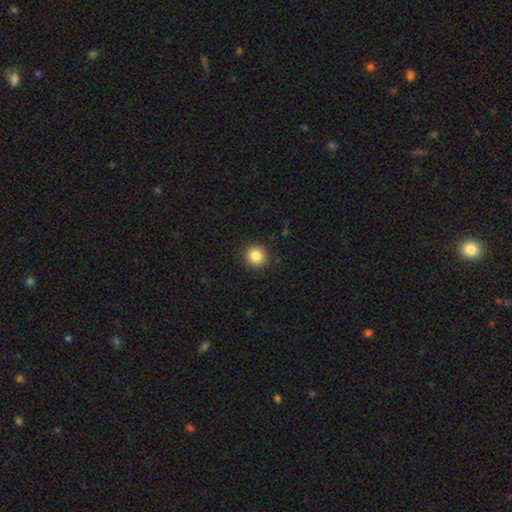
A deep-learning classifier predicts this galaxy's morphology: This appears to be a smooth galaxy with no disk features (86%) that is round (94%). Merging: none (92%).